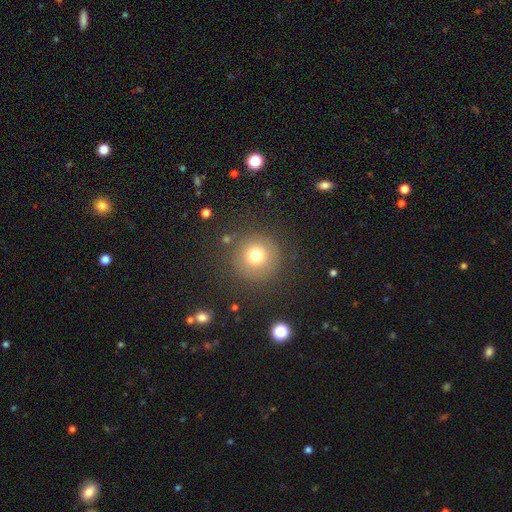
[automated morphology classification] This appears to be a smooth galaxy with no disk features (73%) that is round (96%). Merging: none (85%).